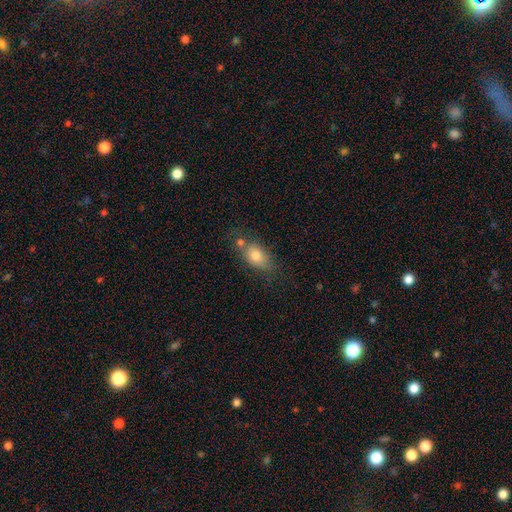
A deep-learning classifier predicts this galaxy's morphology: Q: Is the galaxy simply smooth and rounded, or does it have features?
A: smooth — 76%.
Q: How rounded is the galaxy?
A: in between — 79%.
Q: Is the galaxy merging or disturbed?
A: none — 54%.